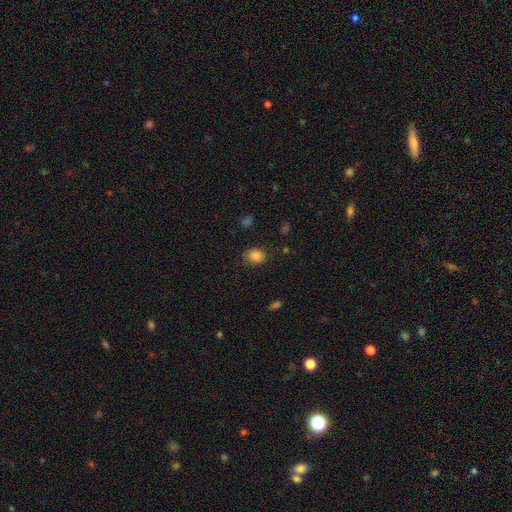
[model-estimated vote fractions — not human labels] Overall: smooth (85%). How rounded: in between (52%; round 47%). Merging: none (82%).